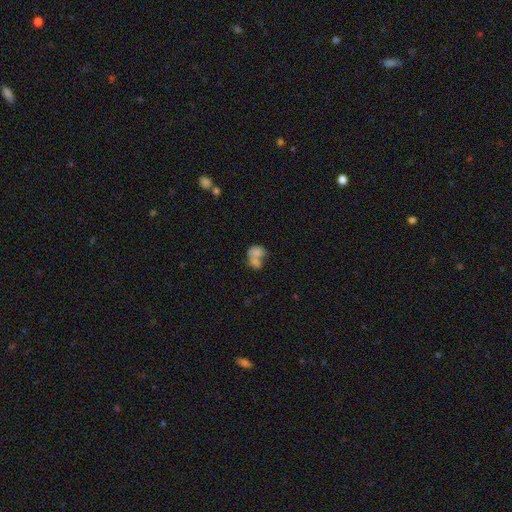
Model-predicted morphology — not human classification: Q: Smooth or featured?
A: smooth (73%); runner-up: featured or disk (18%)
Q: How rounded?
A: in between (64%); runner-up: round (35%)
Q: Merging?
A: merger (67%); runner-up: none (18%)